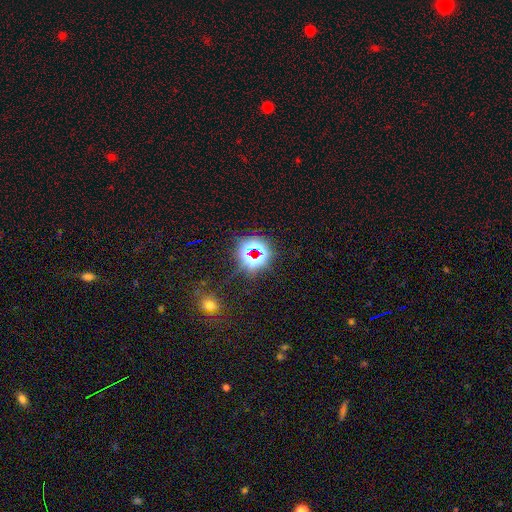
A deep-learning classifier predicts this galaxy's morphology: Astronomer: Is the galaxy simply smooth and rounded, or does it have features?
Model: star or artifact — 76%.